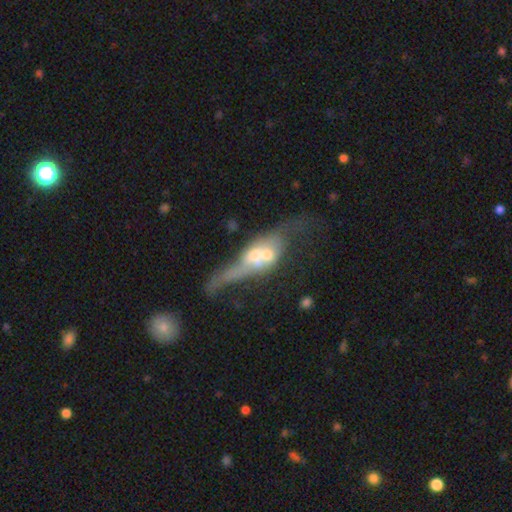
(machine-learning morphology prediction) featured or disk 66%, smooth 24%, star or artifact 9%. Down the decision tree: edge-on disk — no (55%); merging — merger (46%).